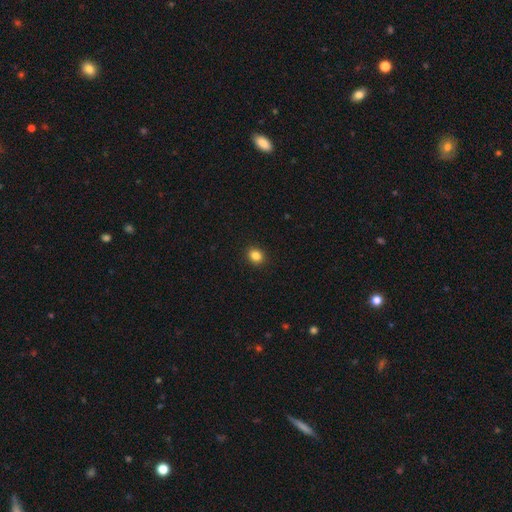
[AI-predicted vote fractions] This is clearly a smooth galaxy (85%). How rounded: likely round (70%). Merging: clearly none (92%).